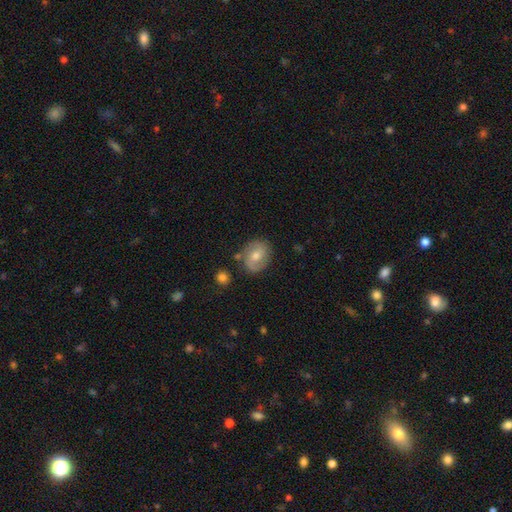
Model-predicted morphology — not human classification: type=featured or disk (50%); edge-on=no (96%); merging=none (77%).